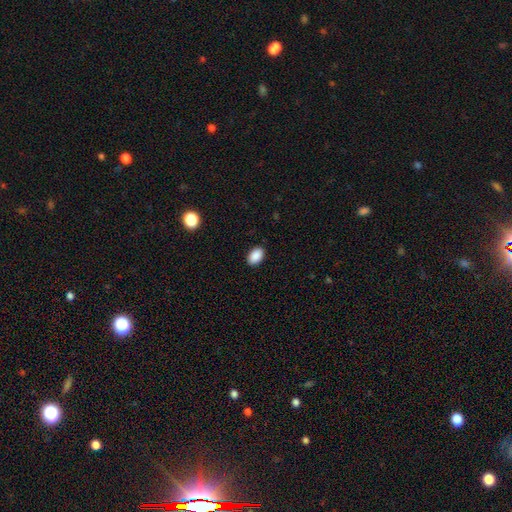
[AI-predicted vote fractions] Morphology: type=smooth (90%); roundness=in between (89%); merging=none (89%).